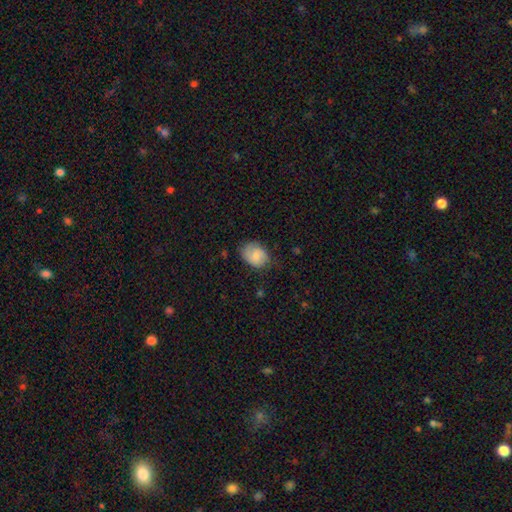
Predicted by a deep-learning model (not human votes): Overall: smooth (72%). How rounded: in between (62%; round 37%). Merging: none (61%; minor disturbance 29%).